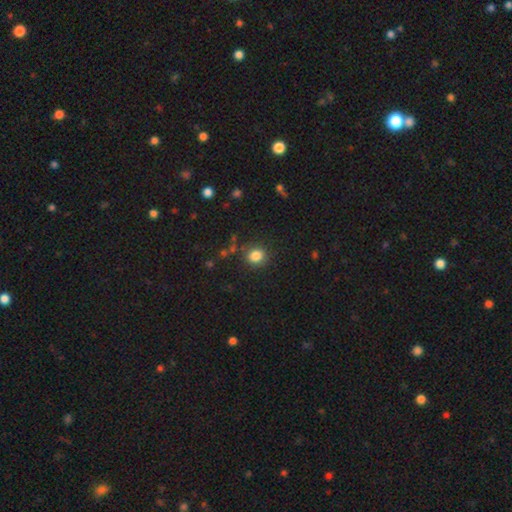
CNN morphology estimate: This appears to be a smooth galaxy with no disk features (83%) that is round (78%). Merging: none (84%).